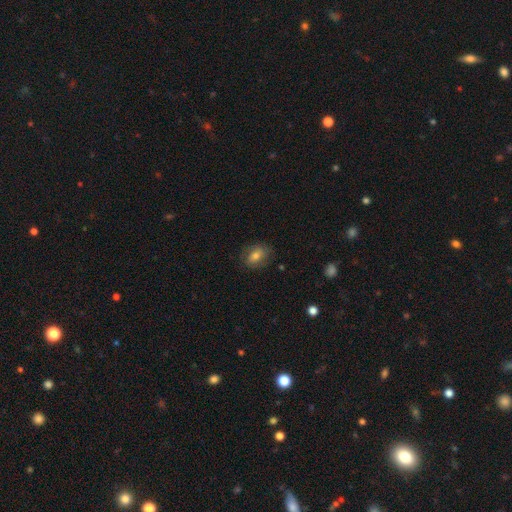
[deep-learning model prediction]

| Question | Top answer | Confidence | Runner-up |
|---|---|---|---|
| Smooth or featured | smooth | 69% | featured or disk (22%) |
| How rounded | in between | 73% | round (25%) |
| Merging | none | 77% | minor disturbance (17%) |